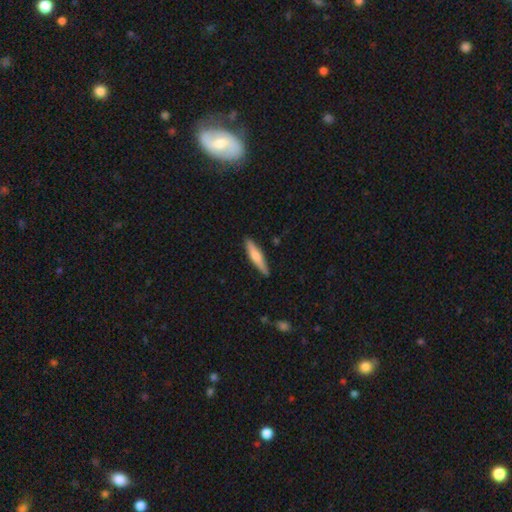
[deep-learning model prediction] The model was most divided on "smooth or featured": smooth: 64%, featured or disk: 31%, star or artifact: 5%. More confident: merging — none (87%); how rounded — cigar-shaped (84%).